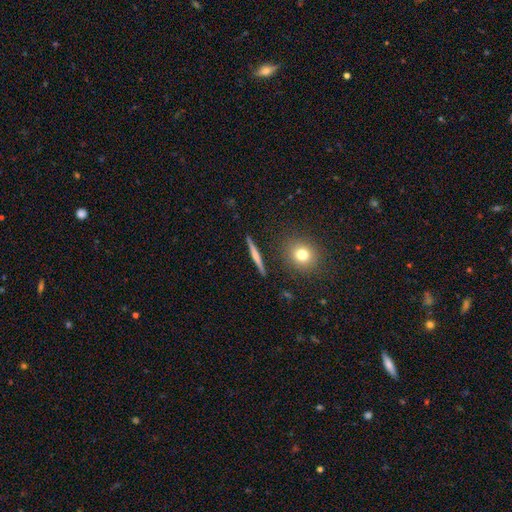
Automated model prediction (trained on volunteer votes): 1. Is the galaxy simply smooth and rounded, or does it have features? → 50% featured or disk, 42% smooth, 8% star or artifact.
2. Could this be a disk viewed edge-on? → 96% yes, 4% no.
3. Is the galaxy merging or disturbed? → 91% none, 6% minor disturbance, 2% merger, 2% major disturbance.